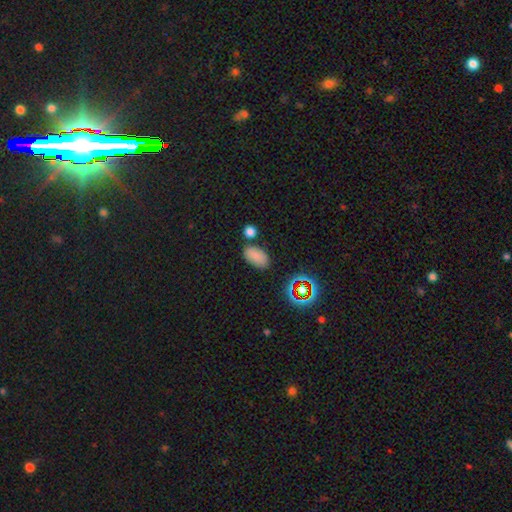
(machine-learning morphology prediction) type=smooth (79%); roundness=in between (93%); merging=none (76%).